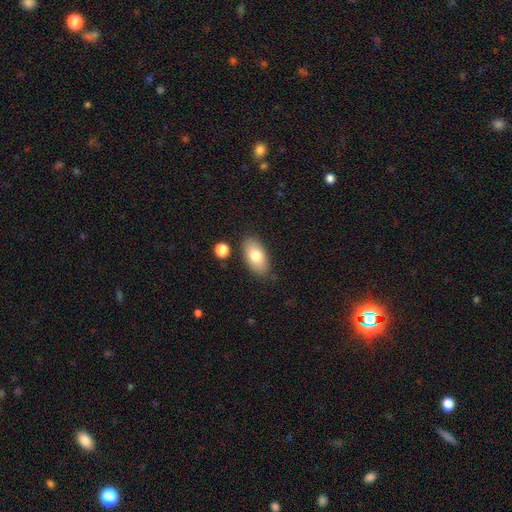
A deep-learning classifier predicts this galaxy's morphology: smooth-or-featured: smooth: 78% | featured or disk: 15% | star or artifact: 7%
  how-rounded: in between: 93% | round: 4% | cigar-shaped: 3%
  merging: none: 80% | minor disturbance: 13% | merger: 4% | major disturbance: 3%